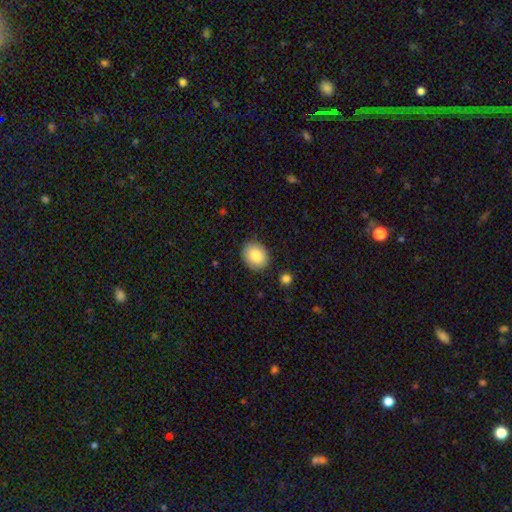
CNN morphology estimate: This appears to be a smooth galaxy with no disk features (86%) that is round (53%). Merging: none (86%).